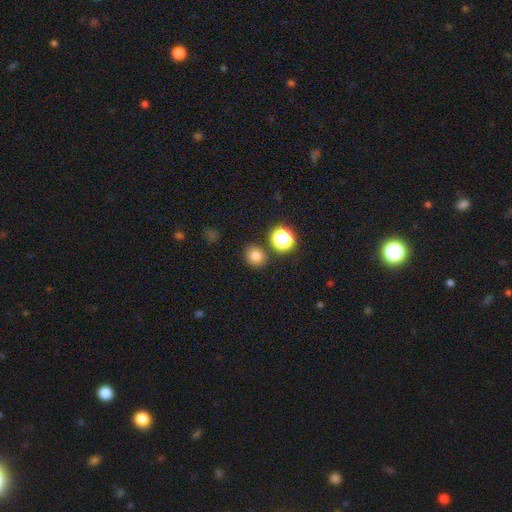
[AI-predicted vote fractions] Morphology: type=smooth (79%); roundness=round (77%); merging=none (84%).